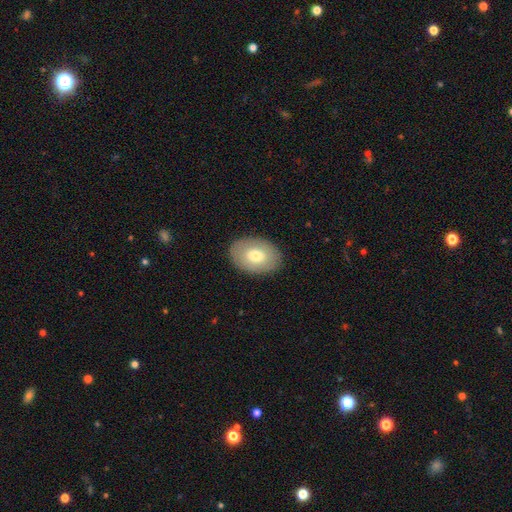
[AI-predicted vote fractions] Q: Smooth or featured?
A: smooth (71%); runner-up: featured or disk (23%)
Q: How rounded?
A: in between (80%); runner-up: round (19%)
Q: Merging?
A: none (88%); runner-up: minor disturbance (9%)